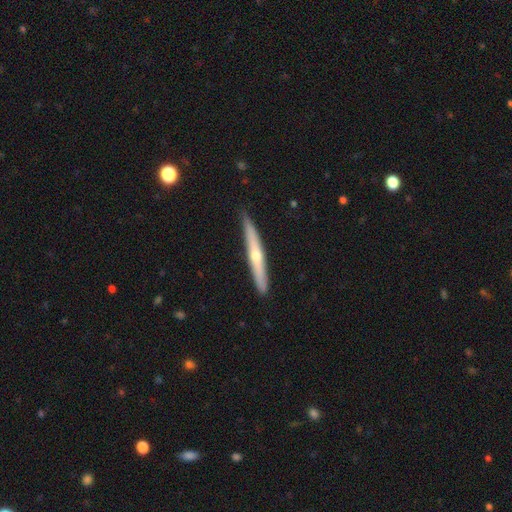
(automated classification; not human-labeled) smooth-or-featured: featured or disk: 67% | smooth: 27% | star or artifact: 6%
  disk-edge-on: yes: 96% | no: 4%
    edge-on-bulge: rounded: 82% | none: 15% | boxy: 3%
  merging: none: 89% | minor disturbance: 8% | major disturbance: 1% | merger: 1%